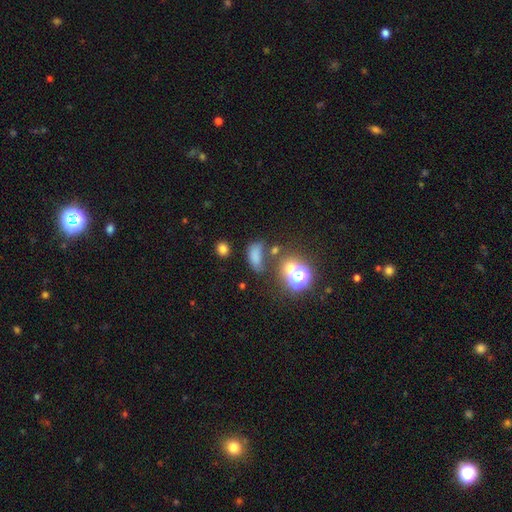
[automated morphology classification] Smooth or featured? smooth (66%)
How rounded? in between (78%)
Merging? none (44%)